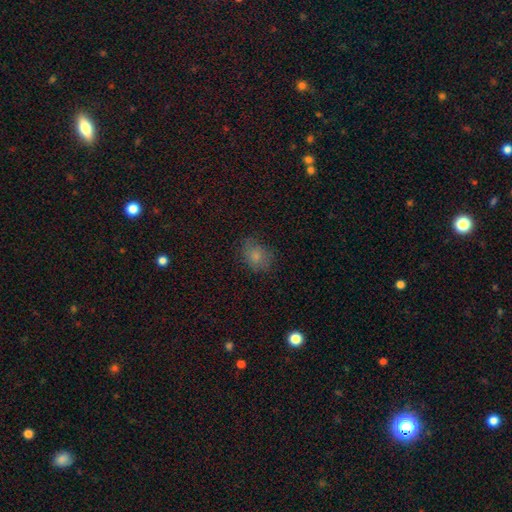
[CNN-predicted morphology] Smooth or featured? smooth (79%)
How rounded? in between (52%)
Merging? none (68%)